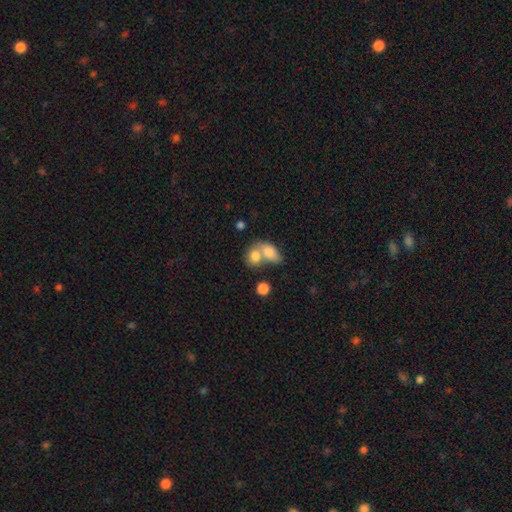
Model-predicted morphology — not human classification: Smooth or featured? Predicted: smooth (p=0.59). How rounded? Predicted: in between (p=0.62). Merging? Predicted: merger (p=0.55).